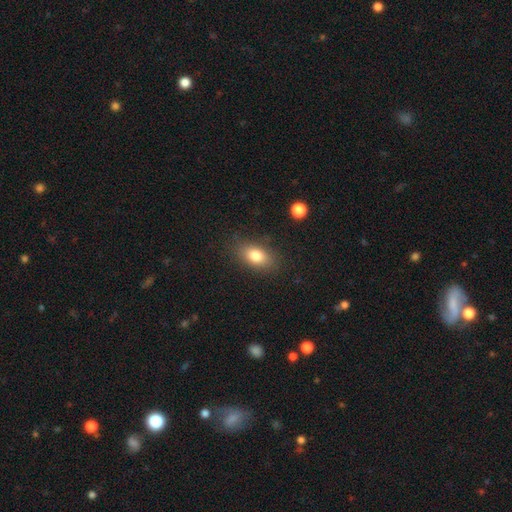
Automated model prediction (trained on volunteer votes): Smooth or featured? Predicted: smooth (p=0.80). How rounded? Predicted: in between (p=0.83). Merging? Predicted: none (p=0.83).